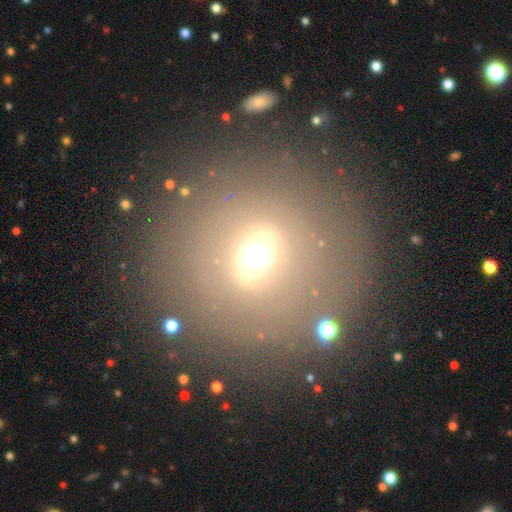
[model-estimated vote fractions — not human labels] Smooth or featured: smooth — 49% (featured or disk — 27%)
Merging: none — 80% (minor disturbance — 9%)